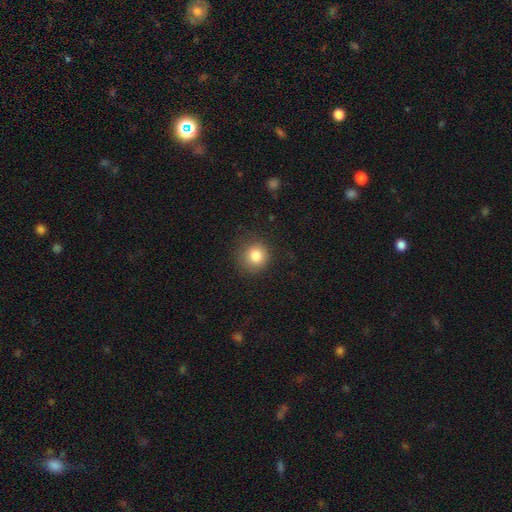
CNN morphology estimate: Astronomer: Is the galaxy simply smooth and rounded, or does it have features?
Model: smooth — 83%.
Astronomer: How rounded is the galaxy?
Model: round — 91%.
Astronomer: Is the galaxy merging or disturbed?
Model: none — 85%.